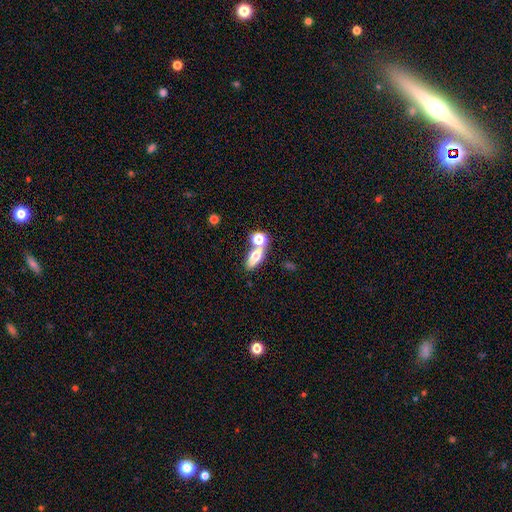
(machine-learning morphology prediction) This appears to be a smooth galaxy with no disk features (67%) that is in between round and cigar-shaped (66%). Merging: none (46%).